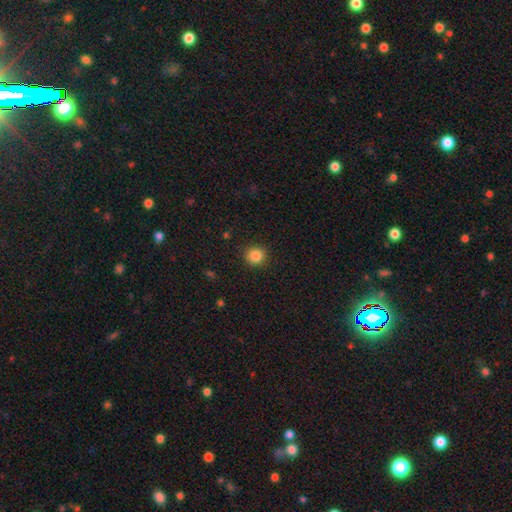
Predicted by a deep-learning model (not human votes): A smooth galaxy with no disk features (85%) that is round (93%). Merging: none (91%).